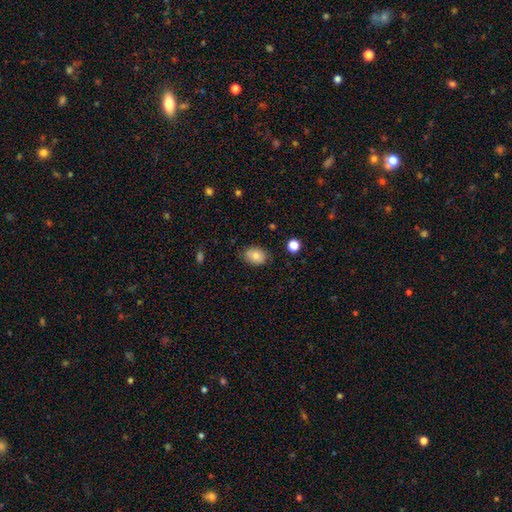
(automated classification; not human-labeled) smooth-or-featured: smooth: 79% | featured or disk: 13% | star or artifact: 8%
  how-rounded: in between: 72% | round: 27% | cigar-shaped: 1%
  merging: none: 81% | minor disturbance: 15% | major disturbance: 3% | merger: 1%